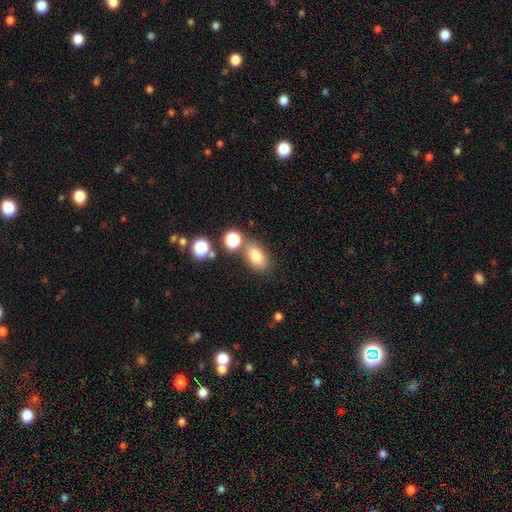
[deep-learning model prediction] Morphology: type=smooth (78%); roundness=in between (82%); merging=none (69%).